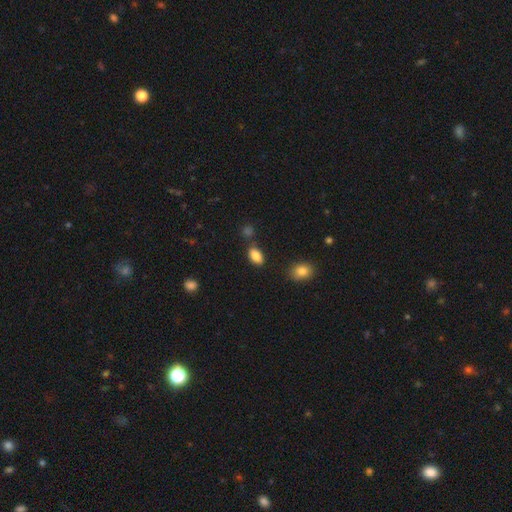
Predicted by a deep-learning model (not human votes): Overall: smooth (87%). How rounded: in between (91%). Merging: none (76%).